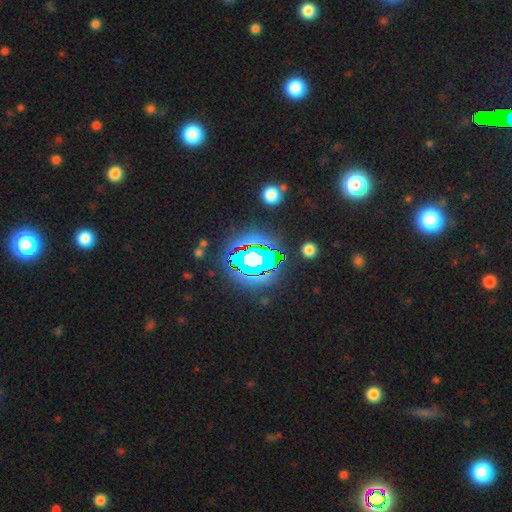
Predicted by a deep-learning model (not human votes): The model was most divided on "smooth or featured": star or artifact: 80%, smooth: 12%, featured or disk: 8%.